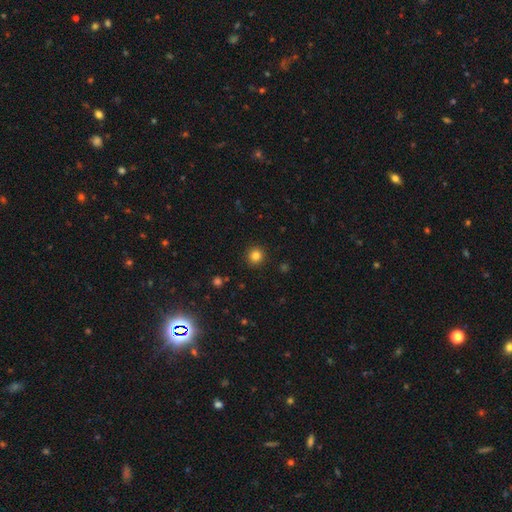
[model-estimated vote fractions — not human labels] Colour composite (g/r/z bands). It shows a smooth galaxy with no disk features (82%) that is round (94%). Merging: none (92%).